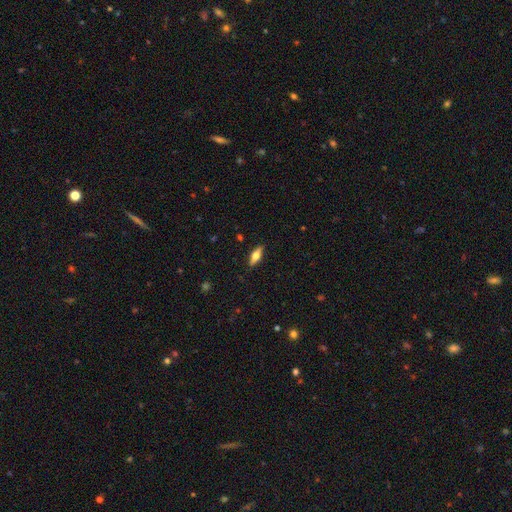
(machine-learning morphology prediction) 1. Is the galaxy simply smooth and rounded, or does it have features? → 53% smooth, 40% featured or disk, 7% star or artifact.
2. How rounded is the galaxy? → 59% in between, 39% cigar-shaped, 3% round.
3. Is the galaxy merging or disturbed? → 89% none, 8% minor disturbance, 2% major disturbance, 1% merger.